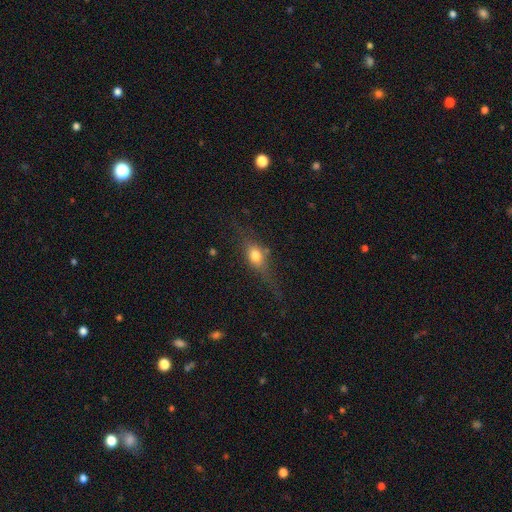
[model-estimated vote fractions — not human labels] smooth_or_featured: smooth (p=0.57) [alt: featured or disk p=0.31]
how_rounded: in between (p=0.55) [alt: round p=0.24]
merging: none (p=0.60) [alt: minor disturbance p=0.22]